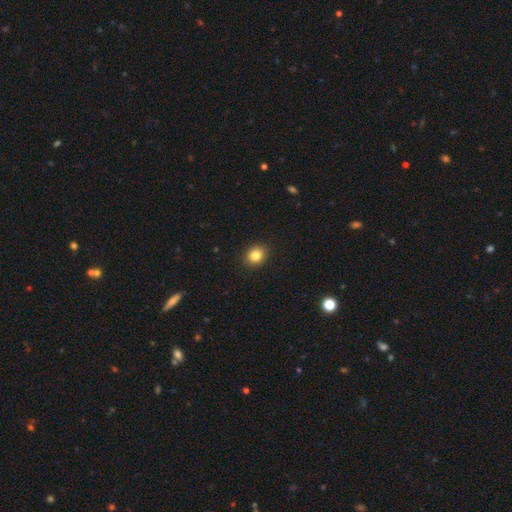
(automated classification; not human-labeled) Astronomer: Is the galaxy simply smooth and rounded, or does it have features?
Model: smooth — 83%.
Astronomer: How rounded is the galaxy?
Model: round — 75%.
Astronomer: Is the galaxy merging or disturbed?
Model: none — 91%.